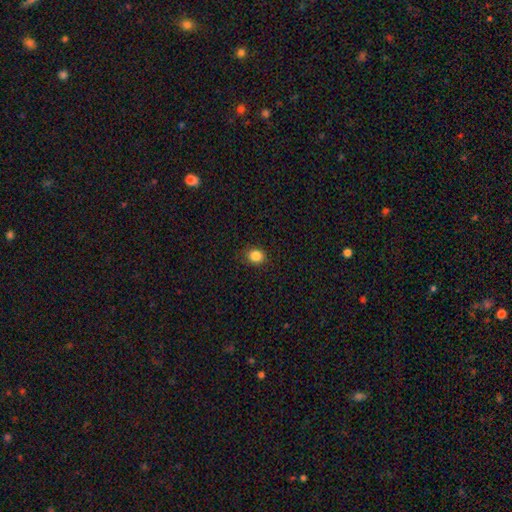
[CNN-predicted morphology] Overall: smooth (85%). How rounded: round (71%). Merging: none (89%).